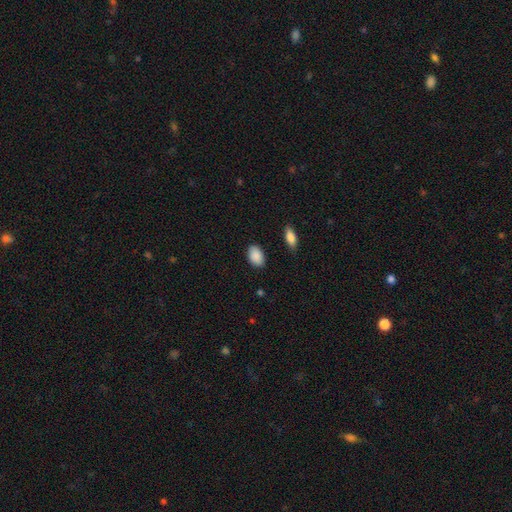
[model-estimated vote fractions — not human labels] smooth-or-featured: smooth: 90% | star or artifact: 6% | featured or disk: 4%
  how-rounded: in between: 90% | round: 9% | cigar-shaped: 1%
  merging: none: 85% | minor disturbance: 11% | major disturbance: 3% | merger: 2%